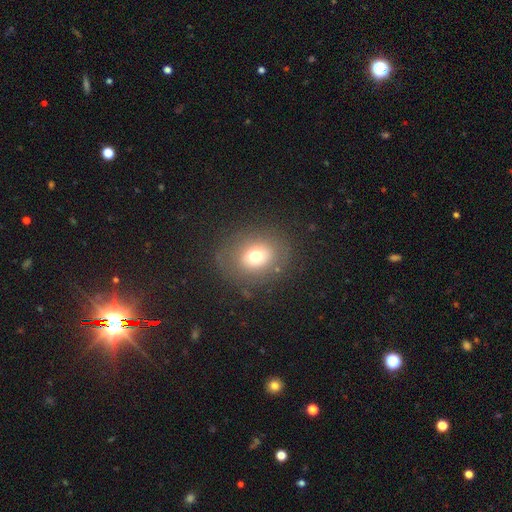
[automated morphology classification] Smooth or featured?
  - smooth: 67% *
  - featured or disk: 18%
  - star or artifact: 15%
How rounded?
  - round: 66% *
  - in between: 33%
  - cigar-shaped: 1%
Merging?
  - none: 81% *
  - minor disturbance: 11%
  - major disturbance: 7%
  - merger: 1%